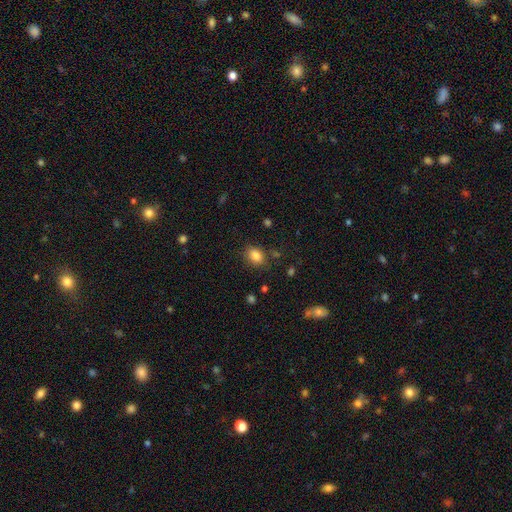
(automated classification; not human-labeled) smooth 84%, star or artifact 10%, featured or disk 6%. Down the decision tree: how rounded — in between (68%); merging — none (80%).